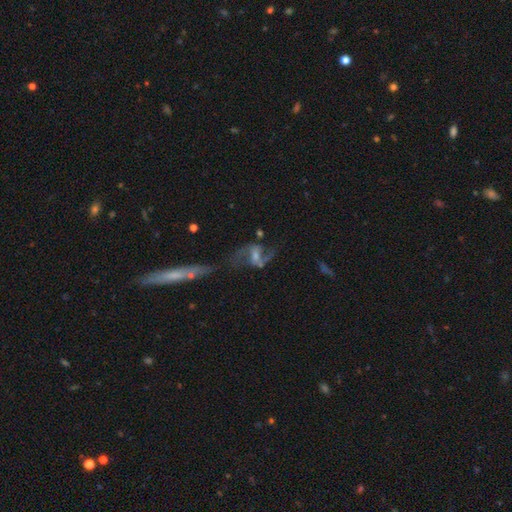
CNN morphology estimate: This appears to be a featured or disk galaxy (81%) with a weak bar (48%), 2 (88%) loose (65%) spiral arms (90%) and a small central bulge (43%). Merging: none (47%).